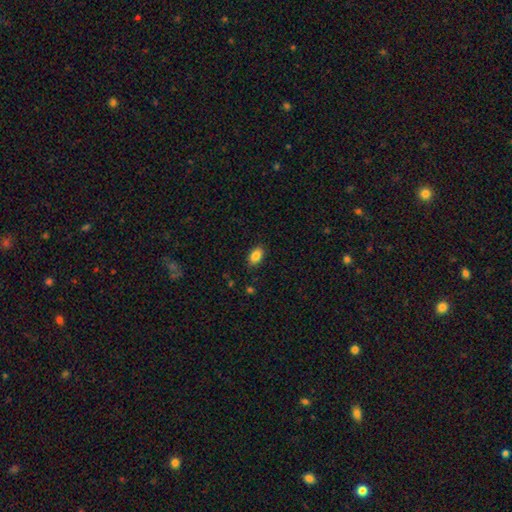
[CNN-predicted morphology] A smooth galaxy with no disk features (86%) that is in between round and cigar-shaped (88%).

Vote fractions:
- Smooth or featured? smooth: 86% / star or artifact: 8% / featured or disk: 5%
- How rounded? in between: 88% / round: 10% / cigar-shaped: 2%
- Merging? none: 86% / minor disturbance: 10% / major disturbance: 2% / merger: 1%